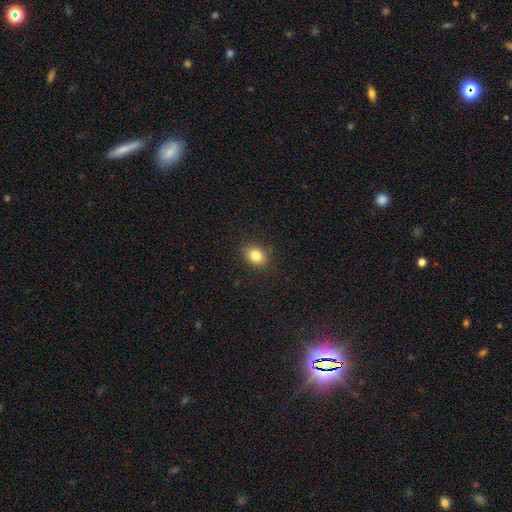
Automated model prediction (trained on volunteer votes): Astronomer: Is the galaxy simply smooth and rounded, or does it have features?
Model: smooth — 82%.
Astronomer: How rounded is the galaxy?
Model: in between — 64%.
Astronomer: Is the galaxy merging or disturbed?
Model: none — 86%.